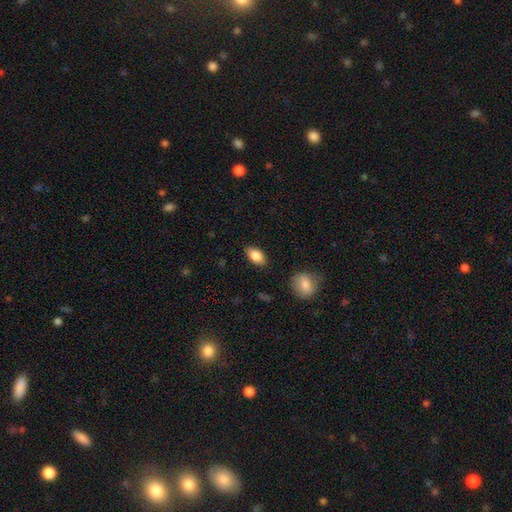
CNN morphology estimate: smooth 86%, featured or disk 8%, star or artifact 7%. Down the decision tree: how rounded — in between (92%); merging — none (85%).